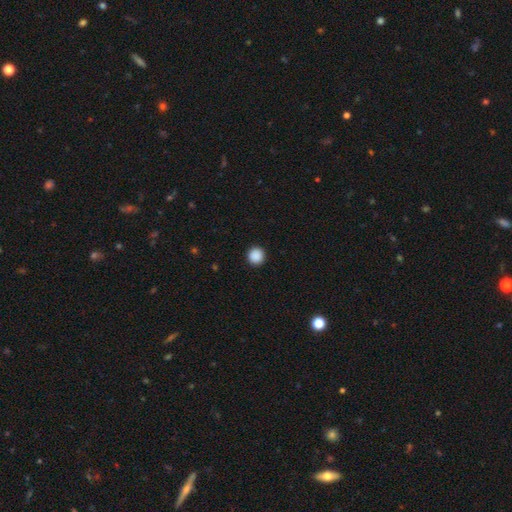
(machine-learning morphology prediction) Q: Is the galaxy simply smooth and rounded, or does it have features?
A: smooth — 89%.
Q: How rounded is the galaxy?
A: round — 95%.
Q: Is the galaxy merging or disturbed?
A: none — 93%.